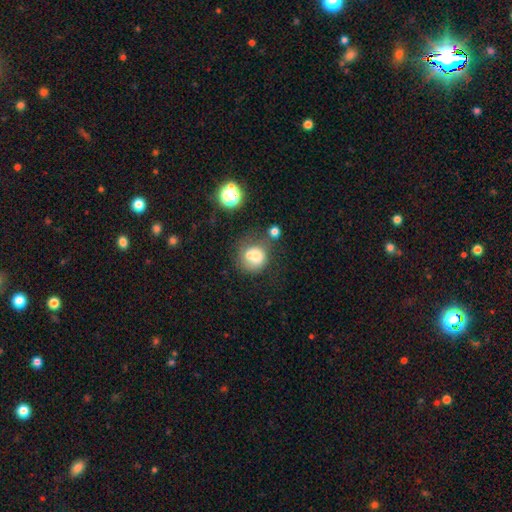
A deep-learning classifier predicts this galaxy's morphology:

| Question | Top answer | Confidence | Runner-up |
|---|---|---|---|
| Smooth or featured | smooth | 68% | featured or disk (20%) |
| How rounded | round | 78% | in between (21%) |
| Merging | merger | 38% | none (36%) |